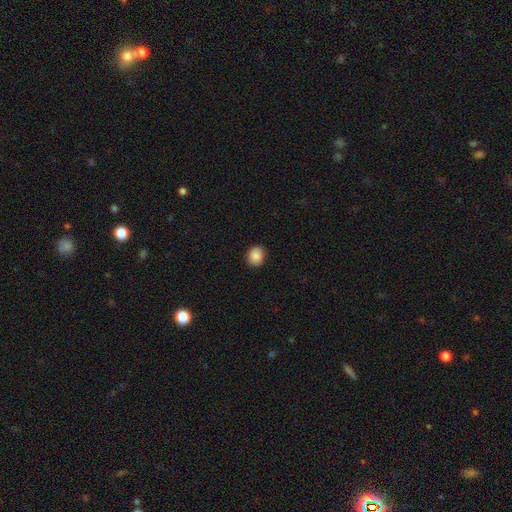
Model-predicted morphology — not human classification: smooth_or_featured: smooth (p=0.88) [alt: star or artifact p=0.09]
how_rounded: round (p=0.76) [alt: in between p=0.23]
merging: none (p=0.88) [alt: minor disturbance p=0.09]